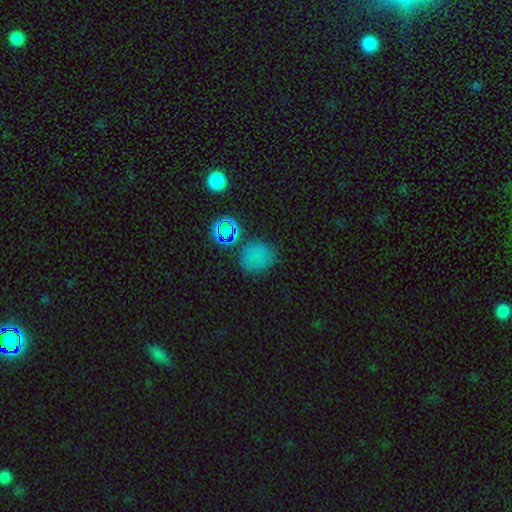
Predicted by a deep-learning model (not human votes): smooth 70%, star or artifact 23%, featured or disk 7%. Down the decision tree: how rounded — round (80%); merging — none (76%).